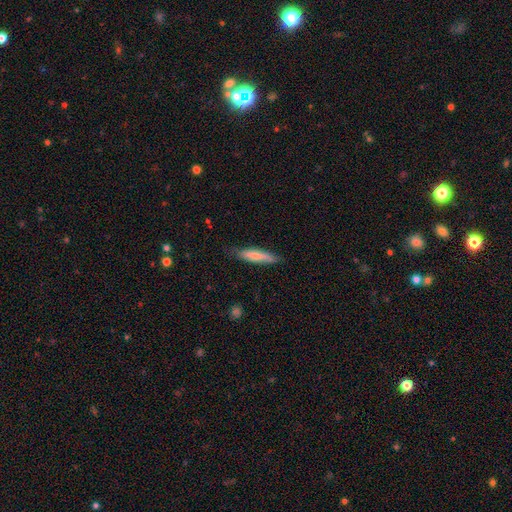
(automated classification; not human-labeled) Morphology: type=smooth (71%); roundness=cigar-shaped (82%); merging=none (76%).